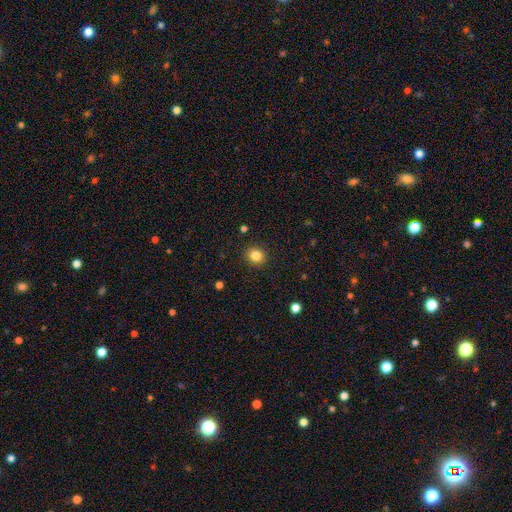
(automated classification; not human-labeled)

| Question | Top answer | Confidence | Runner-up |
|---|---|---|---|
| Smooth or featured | smooth | 83% | star or artifact (12%) |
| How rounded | round | 80% | in between (19%) |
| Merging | none | 91% | minor disturbance (6%) |